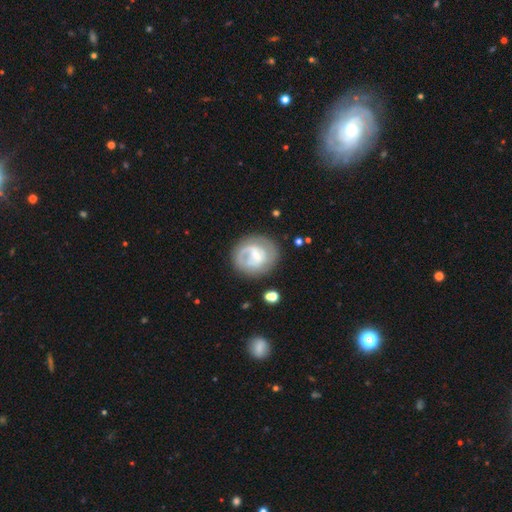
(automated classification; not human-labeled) smooth-or-featured: featured or disk: 67% | smooth: 27% | star or artifact: 6%
  disk-edge-on: no: 97% | yes: 3%
    bar: weak: 50% | no: 28% | strong: 22%
    has-spiral-arms: yes: 74% | no: 26%
    bulge-size: small: 52% | moderate: 29% | none: 12% | large: 5% | dominant: 1%
  merging: none: 66% | minor disturbance: 18% | major disturbance: 13% | merger: 3%